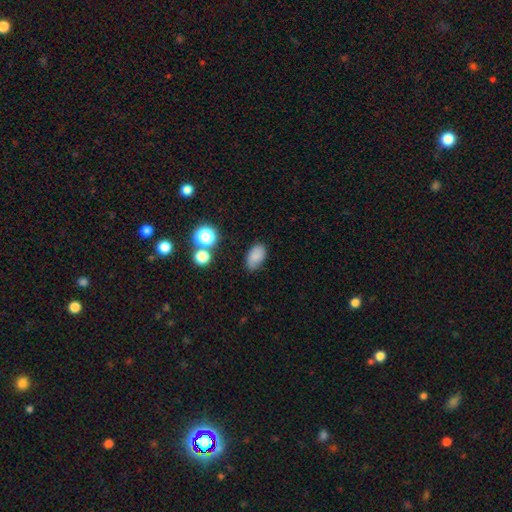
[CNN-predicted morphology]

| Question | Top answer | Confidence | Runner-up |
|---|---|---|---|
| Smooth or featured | smooth | 82% | star or artifact (12%) |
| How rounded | in between | 90% | round (9%) |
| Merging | none | 76% | minor disturbance (17%) |